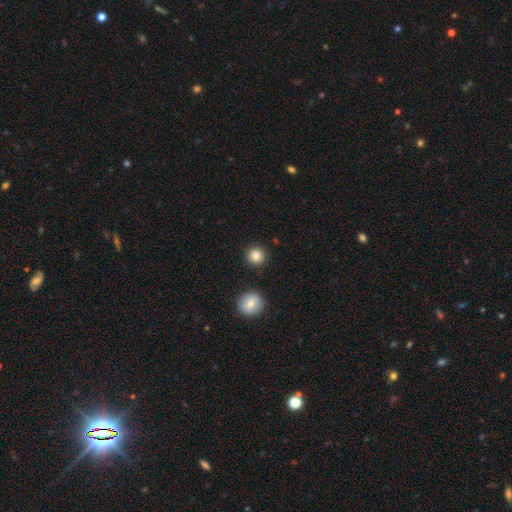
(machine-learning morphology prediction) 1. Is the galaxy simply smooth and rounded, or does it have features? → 85% smooth, 10% star or artifact, 5% featured or disk.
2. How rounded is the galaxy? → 94% round, 5% in between, 1% cigar-shaped.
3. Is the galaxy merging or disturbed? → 90% none, 5% minor disturbance, 3% merger, 2% major disturbance.